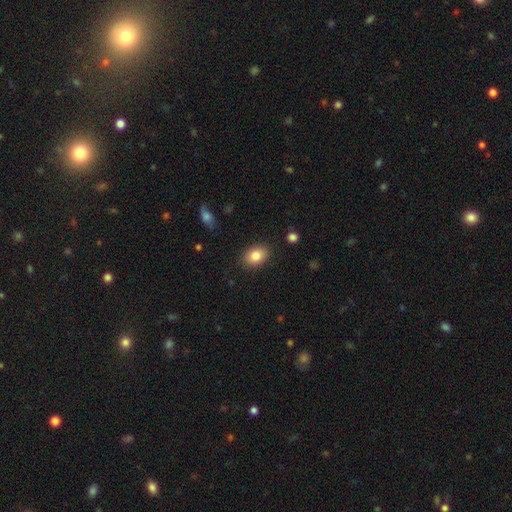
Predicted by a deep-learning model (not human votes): Smooth or featured? Predicted: smooth (p=0.84). How rounded? Predicted: in between (p=0.75). Merging? Predicted: none (p=0.86).